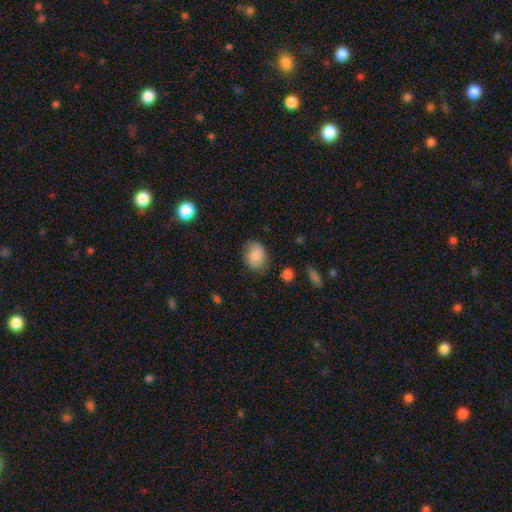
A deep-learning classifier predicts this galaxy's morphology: A smooth galaxy with no disk features (86%) that is in between round and cigar-shaped (63%).

Vote fractions:
- Smooth or featured? smooth: 86% / star or artifact: 7% / featured or disk: 7%
- How rounded? in between: 63% / round: 36% / cigar-shaped: 1%
- Merging? none: 76% / minor disturbance: 18% / major disturbance: 4% / merger: 2%